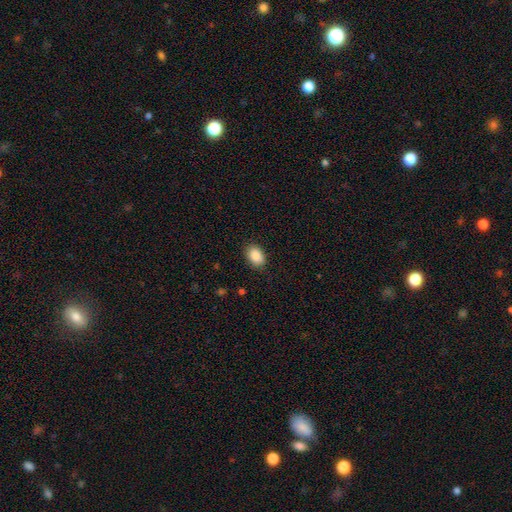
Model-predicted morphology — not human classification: Q: Smooth or featured?
A: smooth (89%); runner-up: star or artifact (7%)
Q: How rounded?
A: in between (82%); runner-up: round (17%)
Q: Merging?
A: none (87%); runner-up: minor disturbance (9%)